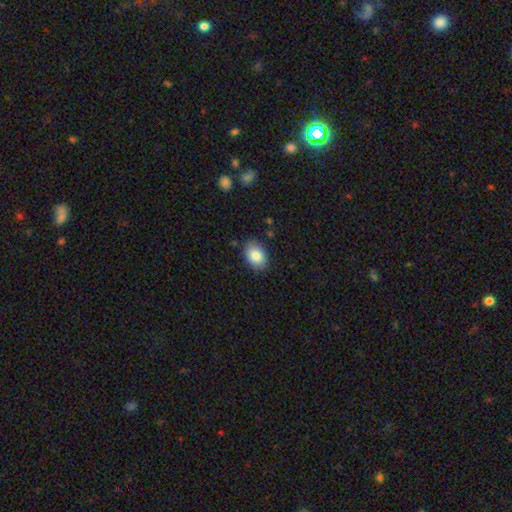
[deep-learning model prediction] The model was most divided on "how rounded": in between: 81%, round: 18%, cigar-shaped: 1%. More confident: merging — none (85%); smooth or featured — smooth (84%).